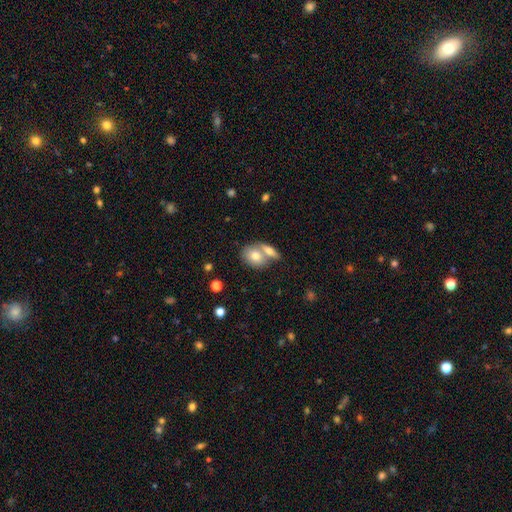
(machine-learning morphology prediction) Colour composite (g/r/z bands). It shows a smooth galaxy with no disk features (74%) that is in between round and cigar-shaped (61%). Merging: merger (52%).